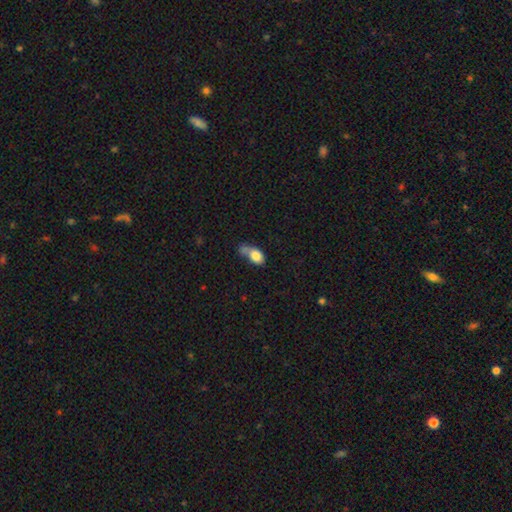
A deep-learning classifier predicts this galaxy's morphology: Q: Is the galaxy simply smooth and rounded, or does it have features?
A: smooth — 79%.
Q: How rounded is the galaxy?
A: in between — 81%.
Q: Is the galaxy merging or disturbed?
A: merger — 39%.